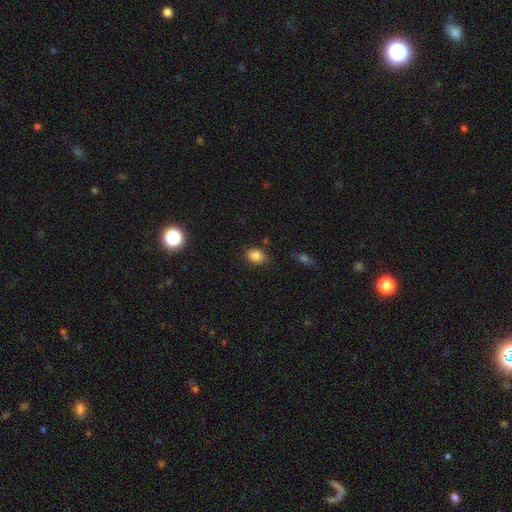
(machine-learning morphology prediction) Smooth or featured: smooth — 84% (star or artifact — 10%)
How rounded: in between — 66% (round — 33%)
Merging: none — 83% (minor disturbance — 12%)